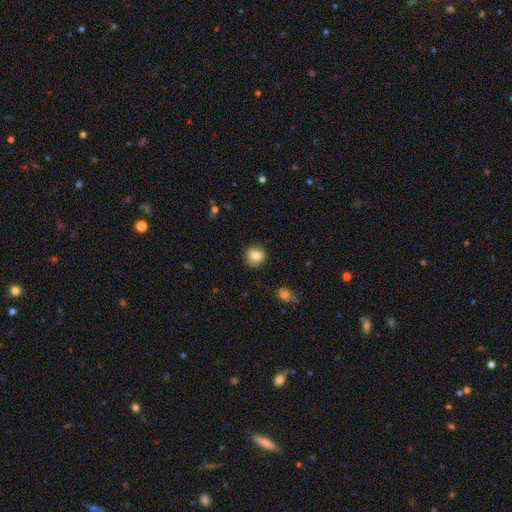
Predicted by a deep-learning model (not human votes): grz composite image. It shows a smooth galaxy with no disk features (80%) that is round (85%). Merging: none (85%).